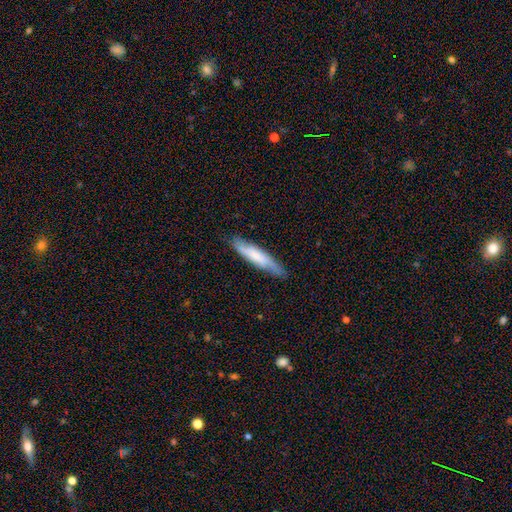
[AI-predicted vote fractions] A smooth galaxy with no disk features (60%) that is cigar-shaped (85%). Merging: none (80%).